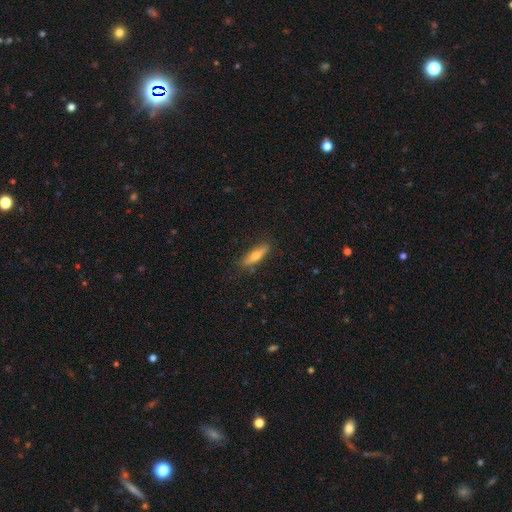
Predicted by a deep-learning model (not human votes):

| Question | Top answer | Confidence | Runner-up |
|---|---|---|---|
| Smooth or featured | smooth | 61% | featured or disk (33%) |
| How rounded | cigar-shaped | 70% | in between (28%) |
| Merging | none | 84% | minor disturbance (12%) |